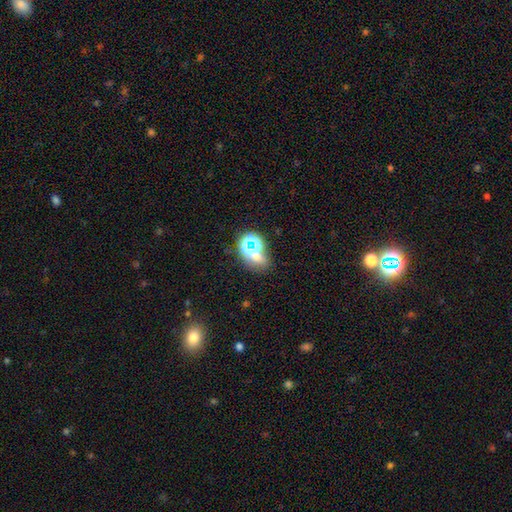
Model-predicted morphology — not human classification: Smooth or featured?
  - star or artifact: 47% *
  - smooth: 41%
  - featured or disk: 12%